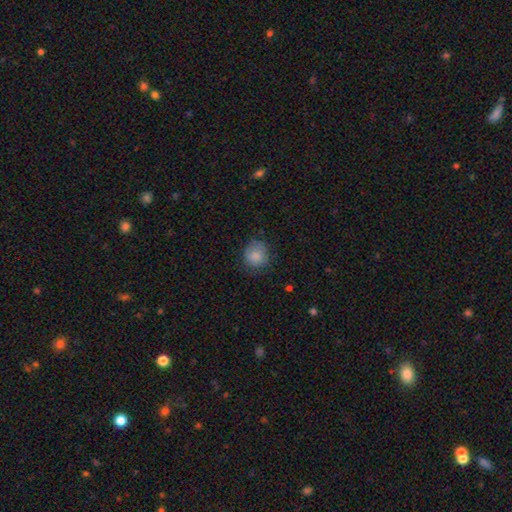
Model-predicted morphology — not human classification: type=smooth (83%); roundness=round (86%); merging=none (70%).